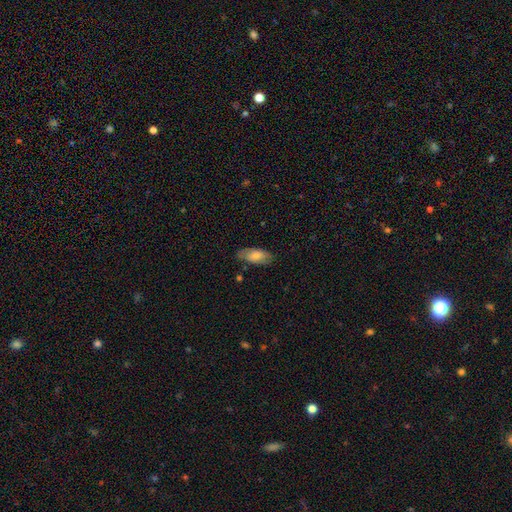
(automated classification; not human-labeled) Smooth or featured: smooth — 69% (featured or disk — 24%)
How rounded: in between — 89% (cigar-shaped — 8%)
Merging: none — 78% (minor disturbance — 17%)